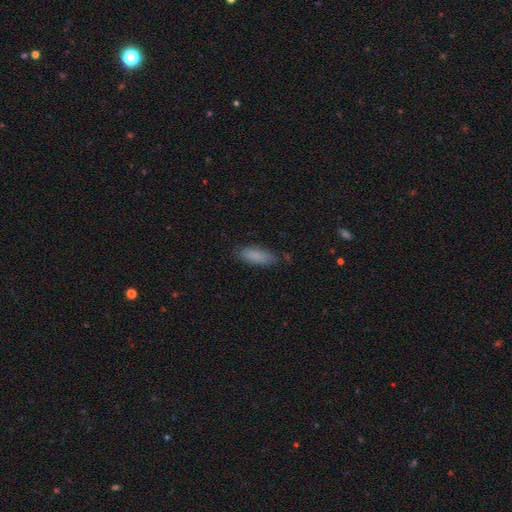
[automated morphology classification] Smooth or featured: smooth — 86% (star or artifact — 7%)
How rounded: in between — 71% (cigar-shaped — 27%)
Merging: none — 79% (minor disturbance — 16%)